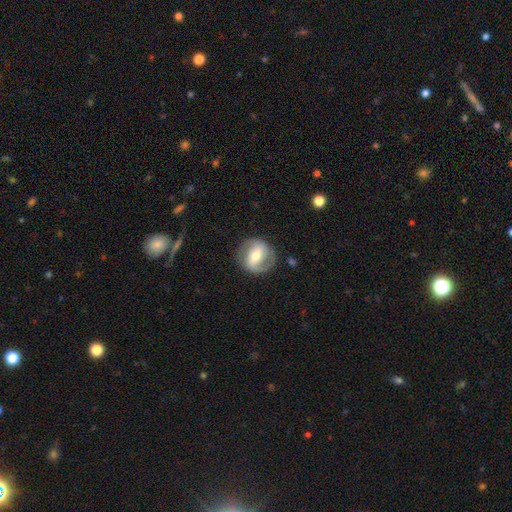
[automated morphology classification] Smooth or featured: featured or disk — 68% (smooth — 26%)
Edge-on disk: no — 96% (yes — 4%)
Bar: strong — 47% (weak — 34%)
Spiral arms: yes — 72% (no — 28%)
Bulge size: moderate — 67% (small — 24%)
Merging: none — 83% (minor disturbance — 11%)